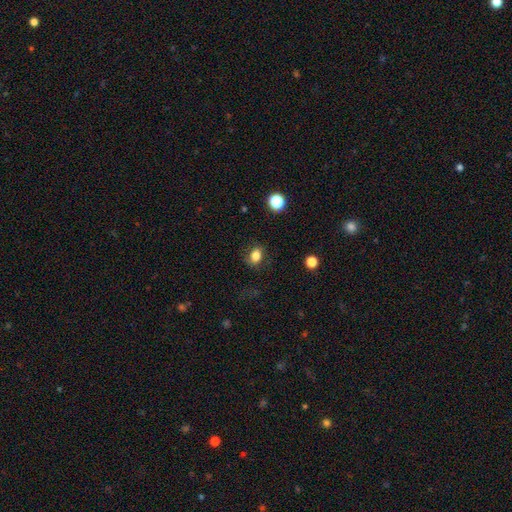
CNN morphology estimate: Overall: smooth (81%). How rounded: in between (59%; round 40%). Merging: none (77%).